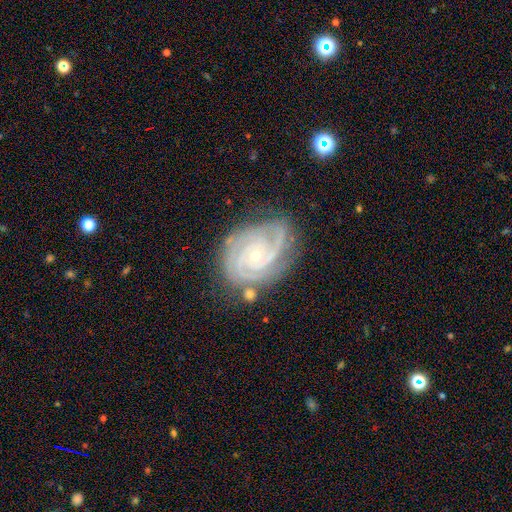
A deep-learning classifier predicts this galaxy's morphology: featured or disk 91%, star or artifact 5%, smooth 4%. Down the decision tree: edge-on disk — no (97%); bar — no (70%); spiral arms — yes (98%); spiral arm count — 3 (38%); spiral winding — tight (76%); bulge size — small (75%); merging — none (71%).